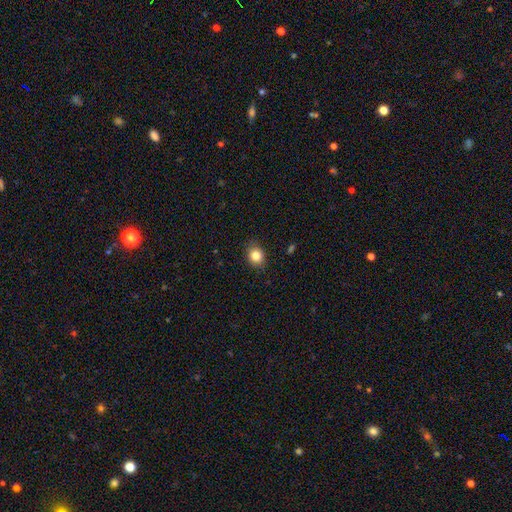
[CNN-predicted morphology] A smooth galaxy with no disk features (84%) that is round (67%). Merging: none (85%).